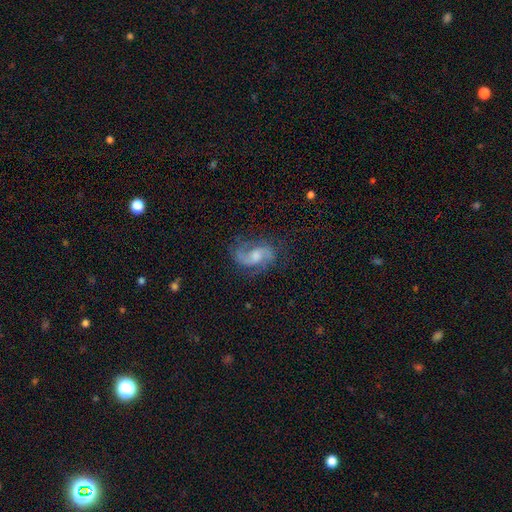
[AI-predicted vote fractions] Smooth or featured?
  - featured or disk: 82% *
  - smooth: 11%
  - star or artifact: 7%
Edge-on disk?
  - no: 97% *
  - yes: 3%
Bar?
  - no: 48% *
  - weak: 43%
  - strong: 8%
Spiral arms?
  - yes: 96% *
  - no: 4%
Spiral winding?
  - medium: 48% *
  - loose: 39%
  - tight: 14%
Spiral arm count?
  - 2: 85% *
  - can't tell: 5%
  - 1: 4%
  - 3: 3%
  - 4: 1%
  - more than 4: 1%
Bulge size?
  - moderate: 48% *
  - small: 30%
  - none: 11%
  - large: 9%
  - dominant: 1%
Merging?
  - none: 69% *
  - minor disturbance: 18%
  - major disturbance: 11%
  - merger: 2%